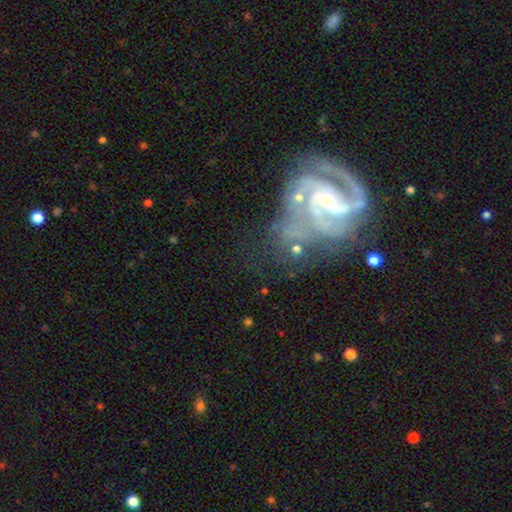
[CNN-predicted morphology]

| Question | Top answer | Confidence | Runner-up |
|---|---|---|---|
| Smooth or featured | featured or disk | 87% | star or artifact (8%) |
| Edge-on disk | no | 98% | yes (2%) |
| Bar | weak | 40% | no (37%) |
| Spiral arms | yes | 97% | no (3%) |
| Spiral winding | tight | 46% | medium (45%) |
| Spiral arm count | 2 | 56% | 3 (20%) |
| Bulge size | small | 70% | moderate (25%) |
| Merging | none | 47% | minor disturbance (22%) |